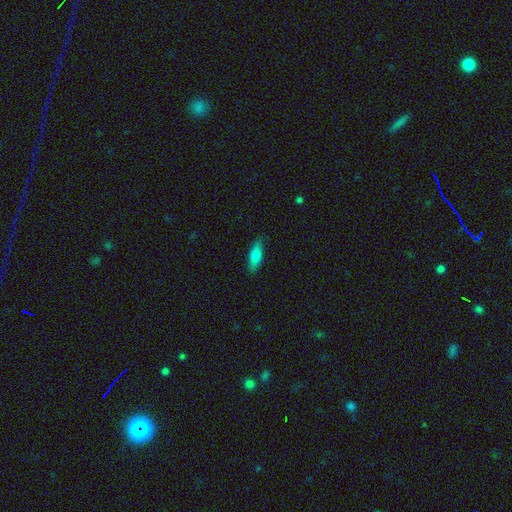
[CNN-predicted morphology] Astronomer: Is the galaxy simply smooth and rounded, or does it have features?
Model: smooth — 77%.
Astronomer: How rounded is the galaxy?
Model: in between — 65%.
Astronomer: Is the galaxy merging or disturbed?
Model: none — 85%.